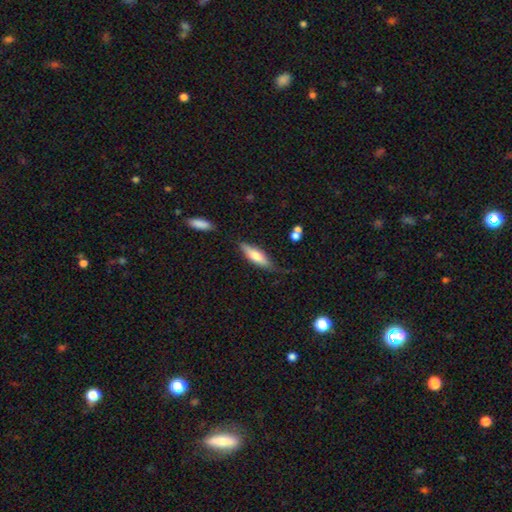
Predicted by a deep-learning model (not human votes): Smooth or featured? Predicted: smooth (p=0.68). How rounded? Predicted: in between (p=0.49, tied with cigar-shaped). Merging? Predicted: none (p=0.65).